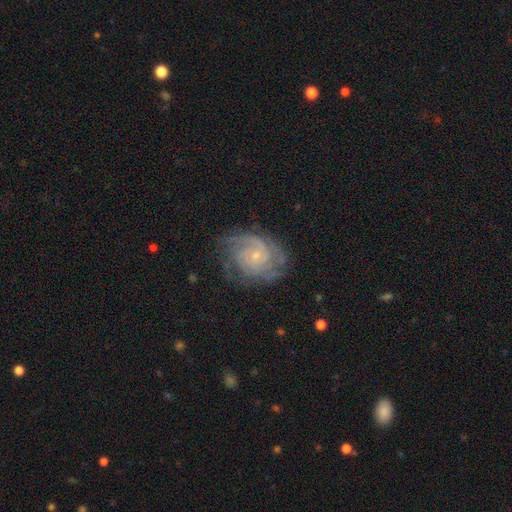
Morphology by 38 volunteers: Smooth or featured? 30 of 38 (79%) said featured or disk. Edge-on disk? 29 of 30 (97%) said no. Bar? 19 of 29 (66%) said no. Spiral arms? 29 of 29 (100%) said yes. Spiral winding? 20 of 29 (69%) said tight. Spiral arm count? 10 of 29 (34%) said can't tell. Bulge size? 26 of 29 (90%) said small. Merging? 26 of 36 (72%) said none.